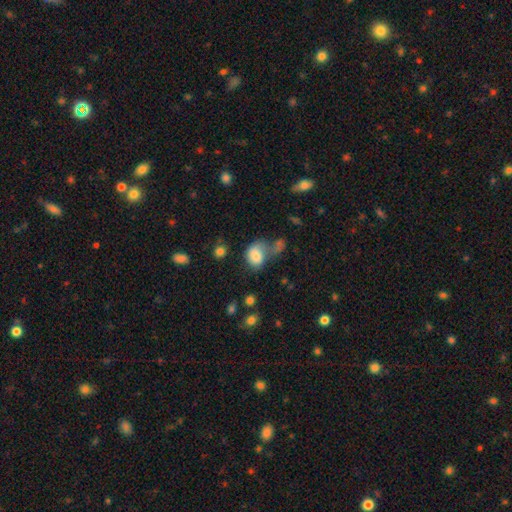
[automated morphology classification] A smooth galaxy with no disk features (77%) that is in between round and cigar-shaped (67%).

Vote fractions:
- Smooth or featured? smooth: 77% / featured or disk: 13% / star or artifact: 10%
- How rounded? in between: 67% / round: 32% / cigar-shaped: 1%
- Merging? merger: 32% / none: 27% / major disturbance: 23% / minor disturbance: 18%